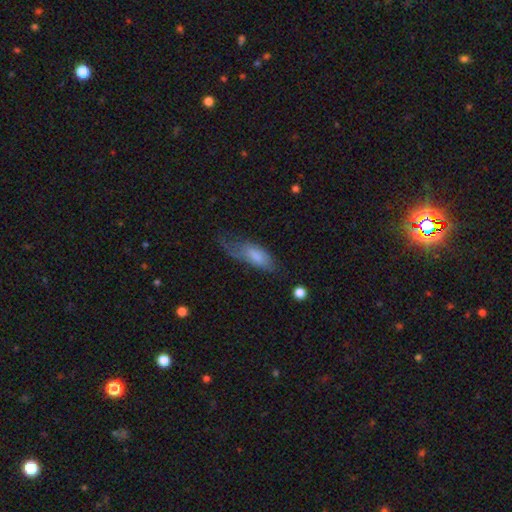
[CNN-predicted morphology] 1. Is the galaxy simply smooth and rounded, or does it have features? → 71% smooth, 23% featured or disk, 7% star or artifact.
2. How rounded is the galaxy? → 79% in between, 18% cigar-shaped, 3% round.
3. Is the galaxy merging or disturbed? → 33% major disturbance, 32% minor disturbance, 32% none, 3% merger.